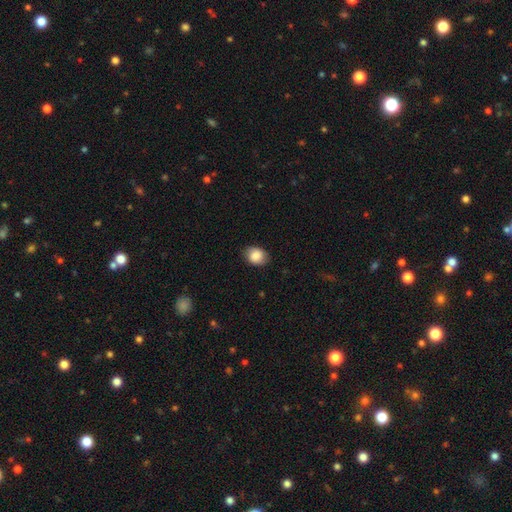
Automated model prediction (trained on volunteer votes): A smooth galaxy with no disk features (85%) that is in between round and cigar-shaped (57%).

Vote fractions:
- Smooth or featured? smooth: 85% / star or artifact: 8% / featured or disk: 7%
- How rounded? in between: 57% / round: 42% / cigar-shaped: 1%
- Merging? none: 81% / minor disturbance: 15% / major disturbance: 3% / merger: 1%